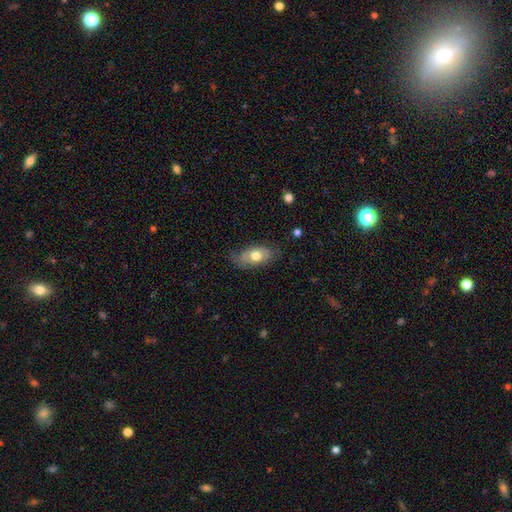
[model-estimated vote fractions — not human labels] Smooth or featured: smooth — 61% (featured or disk — 33%)
How rounded: in between — 90% (round — 6%)
Merging: none — 65% (minor disturbance — 26%)